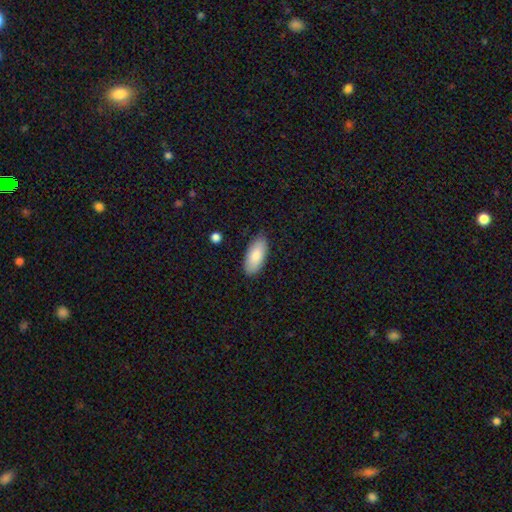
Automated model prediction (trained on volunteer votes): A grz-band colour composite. It shows a smooth galaxy with no disk features (84%) that is in between round and cigar-shaped (90%). Merging: none (84%).